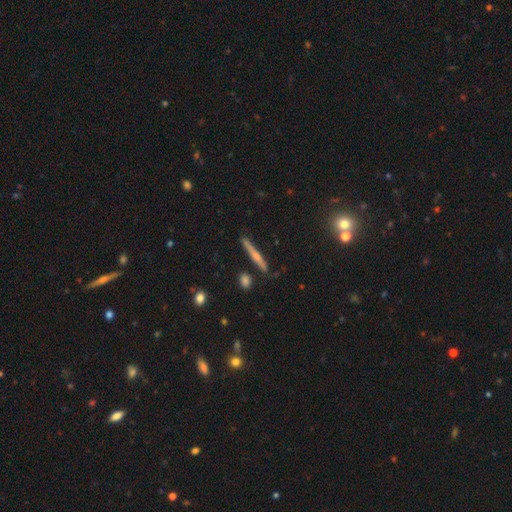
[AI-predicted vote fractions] This is possibly a featured or disk galaxy (51%). It is clearly viewed edge-on (97%). Merging: clearly none (86%).